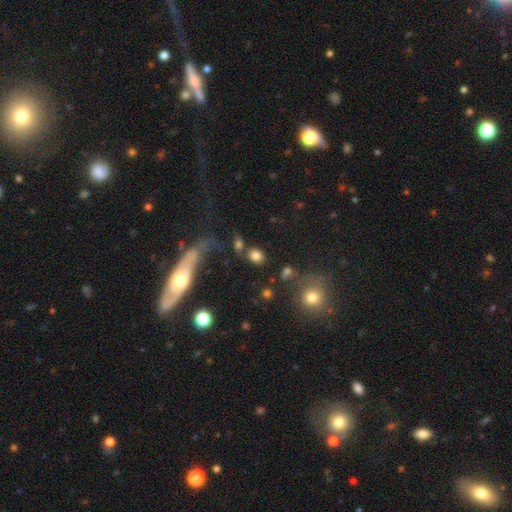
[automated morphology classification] smooth-or-featured: smooth: 79% | star or artifact: 12% | featured or disk: 9%
  how-rounded: in between: 59% | round: 38% | cigar-shaped: 2%
  merging: none: 66% | merger: 15% | minor disturbance: 12% | major disturbance: 7%